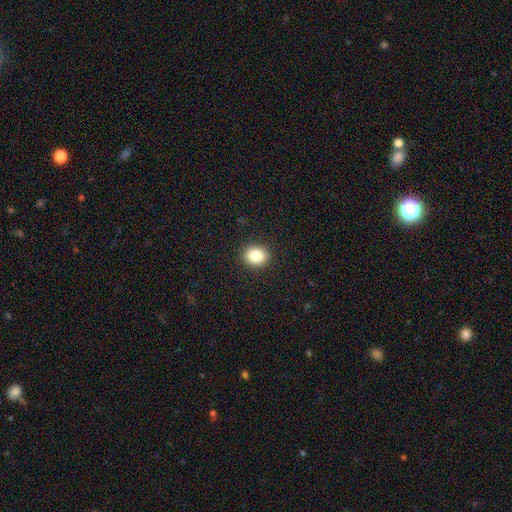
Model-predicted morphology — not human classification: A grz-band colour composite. It shows a smooth galaxy with no disk features (85%) that is round (57%). Merging: none (91%).